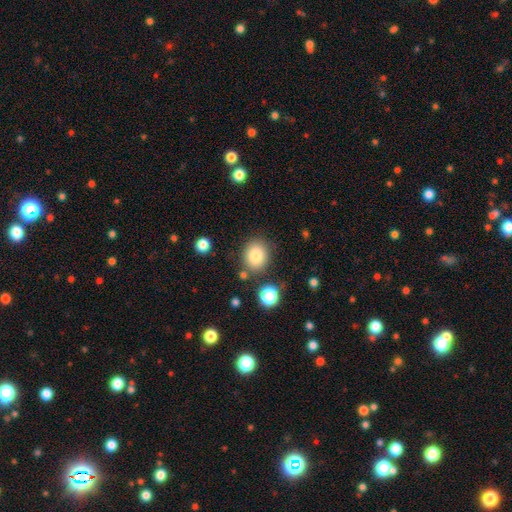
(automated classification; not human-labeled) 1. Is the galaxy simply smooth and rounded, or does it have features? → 83% smooth, 10% star or artifact, 7% featured or disk.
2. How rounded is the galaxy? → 66% round, 33% in between, 1% cigar-shaped.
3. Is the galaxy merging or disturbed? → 80% none, 11% minor disturbance, 6% merger, 4% major disturbance.